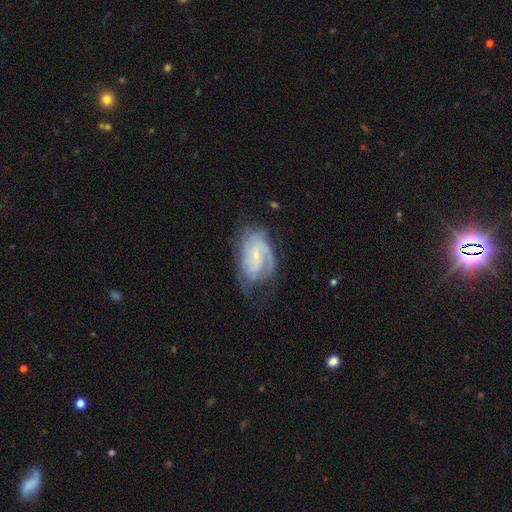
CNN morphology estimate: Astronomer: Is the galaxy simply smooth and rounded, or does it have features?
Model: featured or disk — 78%.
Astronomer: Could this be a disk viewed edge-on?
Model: no — 96%.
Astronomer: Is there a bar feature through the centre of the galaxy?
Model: weak — 44%, tied with no at 44%.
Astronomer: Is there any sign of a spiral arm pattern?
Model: yes — 92%.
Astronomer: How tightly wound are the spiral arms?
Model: tight — 42% (runner-up: medium, 41%).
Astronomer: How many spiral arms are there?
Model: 2 — 40% (runner-up: can't tell, 29%).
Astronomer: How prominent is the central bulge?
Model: small — 73%.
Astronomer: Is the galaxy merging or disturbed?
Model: none — 51% (runner-up: minor disturbance, 27%).